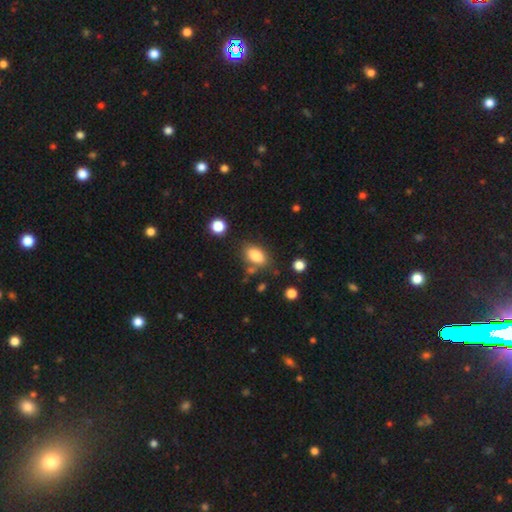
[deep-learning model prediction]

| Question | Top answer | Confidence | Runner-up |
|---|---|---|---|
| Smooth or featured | smooth | 83% | star or artifact (9%) |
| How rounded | in between | 87% | round (10%) |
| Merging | none | 73% | minor disturbance (14%) |